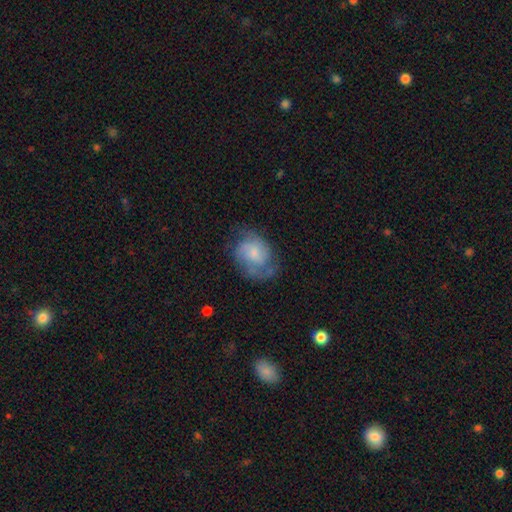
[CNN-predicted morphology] A featured or disk galaxy (56%) with no bar (69%), spiral arms (83%) and a small central bulge (45%). Merging: none (56%).